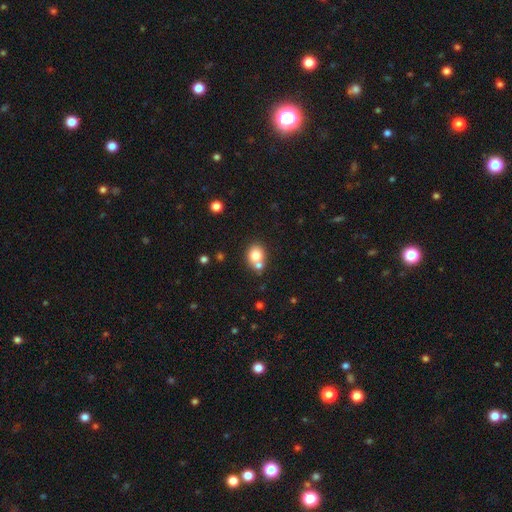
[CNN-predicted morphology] Smooth or featured? smooth (77%)
How rounded? round (67%)
Merging? none (49%)